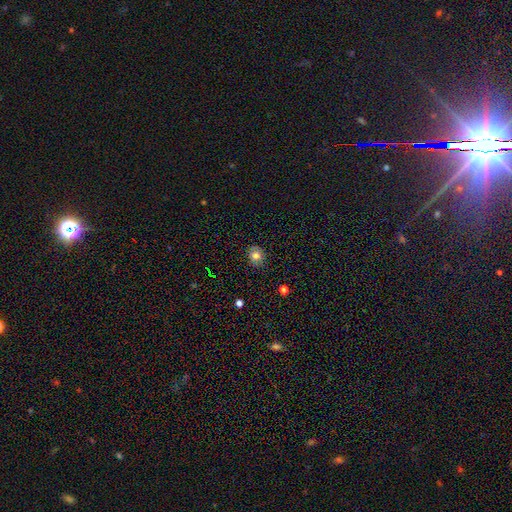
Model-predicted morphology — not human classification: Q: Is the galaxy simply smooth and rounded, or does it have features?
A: smooth — 78%.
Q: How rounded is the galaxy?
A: round — 69%.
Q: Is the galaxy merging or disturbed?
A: none — 85%.